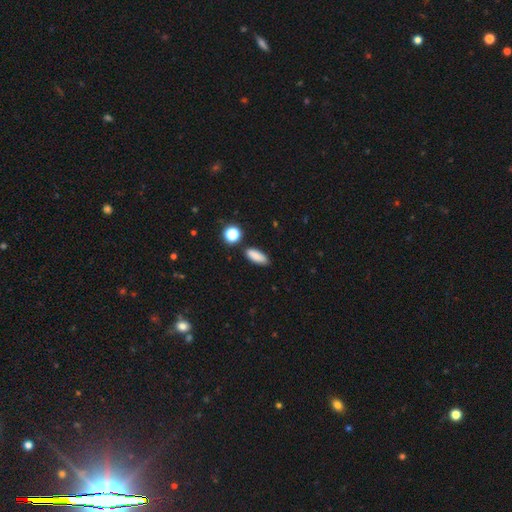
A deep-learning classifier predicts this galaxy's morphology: Smooth or featured?
  - smooth: 85% *
  - star or artifact: 9%
  - featured or disk: 5%
How rounded?
  - in between: 71% *
  - cigar-shaped: 24%
  - round: 4%
Merging?
  - none: 81% *
  - minor disturbance: 12%
  - merger: 4%
  - major disturbance: 3%